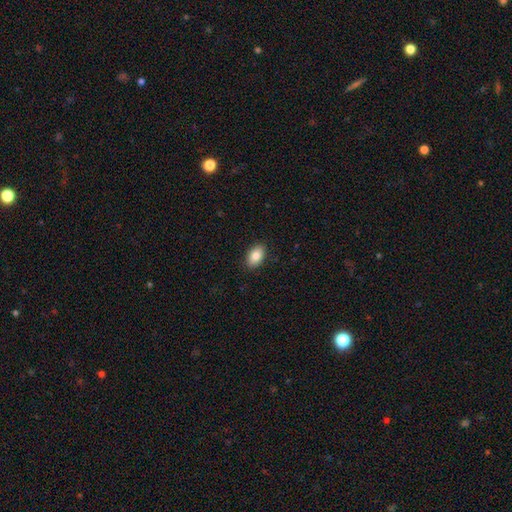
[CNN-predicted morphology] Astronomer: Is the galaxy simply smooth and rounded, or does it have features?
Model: smooth — 86%.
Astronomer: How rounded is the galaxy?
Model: in between — 91%.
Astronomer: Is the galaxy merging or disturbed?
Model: none — 89%.